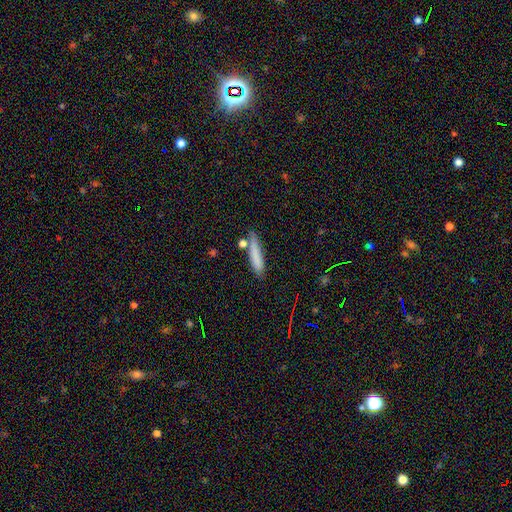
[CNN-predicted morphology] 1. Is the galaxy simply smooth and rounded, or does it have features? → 79% smooth, 12% featured or disk, 8% star or artifact.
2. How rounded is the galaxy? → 83% cigar-shaped, 15% in between, 2% round.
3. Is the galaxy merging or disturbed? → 71% none, 17% minor disturbance, 8% merger, 4% major disturbance.